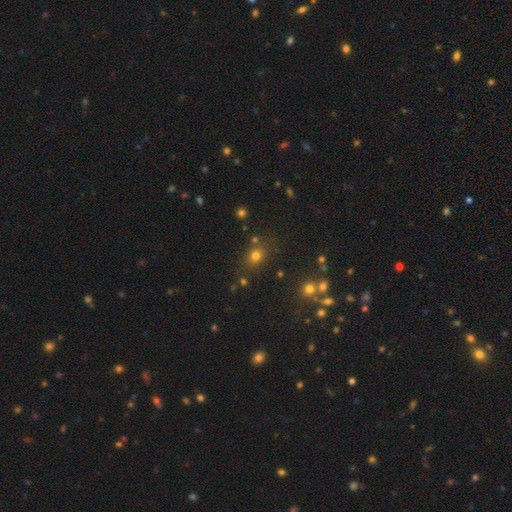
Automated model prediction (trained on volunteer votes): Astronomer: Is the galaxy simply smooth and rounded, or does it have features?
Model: smooth — 71%.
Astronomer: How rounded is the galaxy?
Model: round — 64%.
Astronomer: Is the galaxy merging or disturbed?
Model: none — 76%.